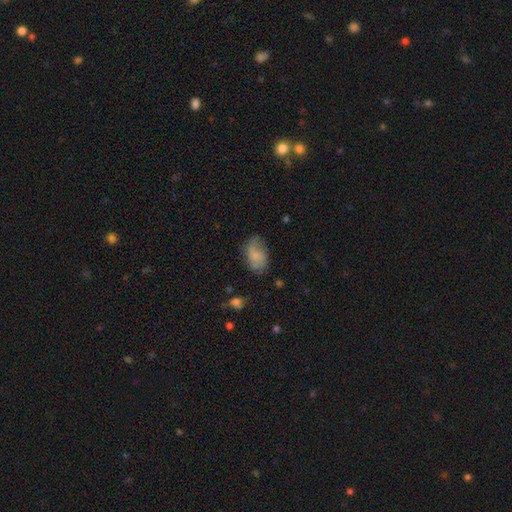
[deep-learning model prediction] A smooth galaxy with no disk features (58%) that is in between round and cigar-shaped (89%).

Vote fractions:
- Smooth or featured? smooth: 58% / featured or disk: 33% / star or artifact: 9%
- How rounded? in between: 89% / round: 9% / cigar-shaped: 2%
- Merging? none: 54% / minor disturbance: 30% / major disturbance: 14% / merger: 3%